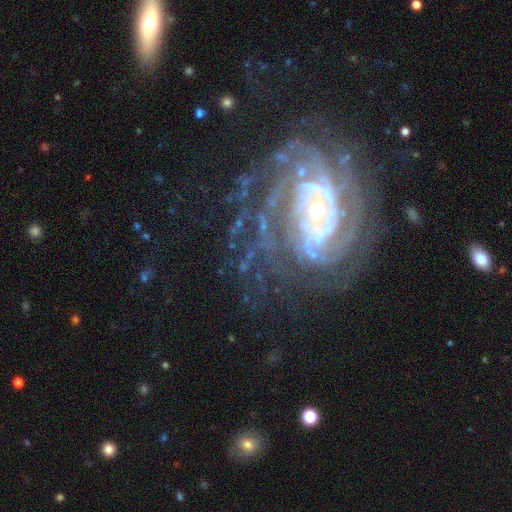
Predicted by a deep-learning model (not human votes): Smooth or featured? featured or disk (89%)
Edge-on disk? no (97%)
Bar? no (52%)
Spiral arms? yes (97%)
Spiral winding? tight (76%)
Spiral arm count? can't tell (24%)
Bulge size? small (65%)
Merging? none (68%)